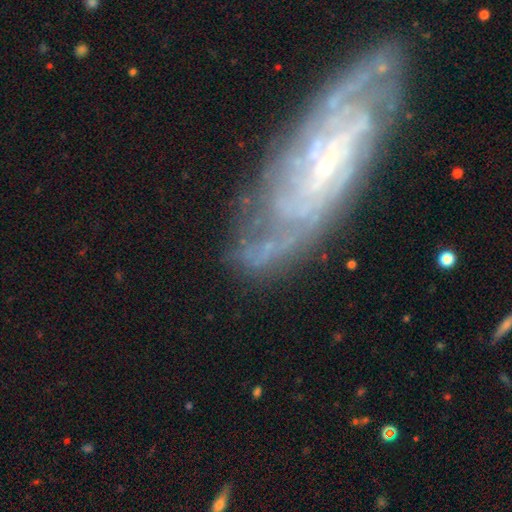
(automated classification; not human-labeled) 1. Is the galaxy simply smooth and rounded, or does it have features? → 65% featured or disk, 18% smooth, 16% star or artifact.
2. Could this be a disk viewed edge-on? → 90% no, 10% yes.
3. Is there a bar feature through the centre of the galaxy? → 59% no, 26% weak, 15% strong.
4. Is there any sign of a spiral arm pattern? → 60% yes, 40% no.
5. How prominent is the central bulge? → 45% small, 28% none, 21% moderate, 3% large, 2% dominant.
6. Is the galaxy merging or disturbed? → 53% none, 22% major disturbance, 20% minor disturbance, 6% merger.